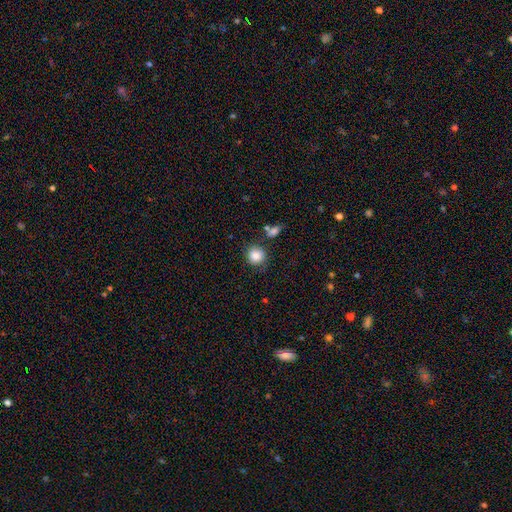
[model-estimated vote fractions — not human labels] Smooth or featured? Predicted: smooth (p=0.86). How rounded? Predicted: round (p=0.89). Merging? Predicted: none (p=0.78).